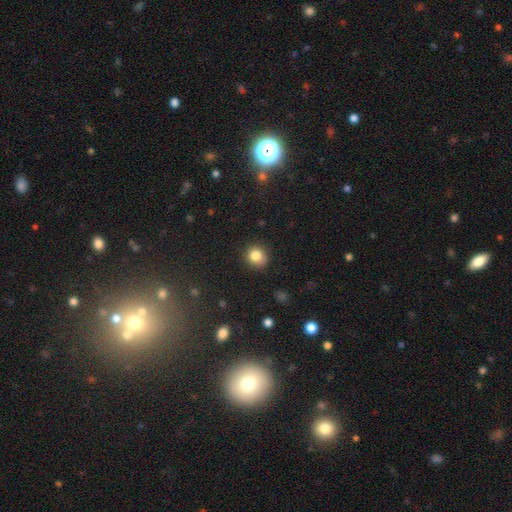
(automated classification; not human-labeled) A smooth galaxy with no disk features (83%) that is round (85%).

Vote fractions:
- Smooth or featured? smooth: 83% / star or artifact: 11% / featured or disk: 6%
- How rounded? round: 85% / in between: 14% / cigar-shaped: 1%
- Merging? none: 87% / minor disturbance: 9% / major disturbance: 2% / merger: 1%